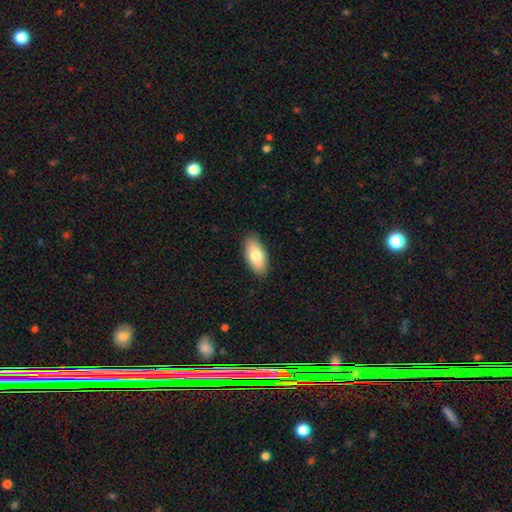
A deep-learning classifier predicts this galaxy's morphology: type=smooth (79%); roundness=in between (91%); merging=none (87%).